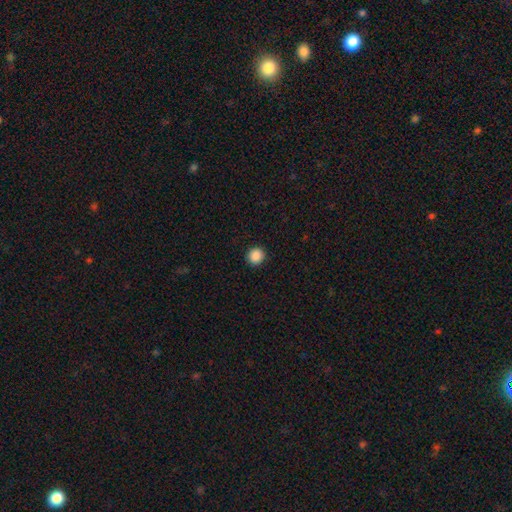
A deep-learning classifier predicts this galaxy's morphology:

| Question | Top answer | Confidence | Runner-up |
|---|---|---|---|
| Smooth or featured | smooth | 88% | star or artifact (9%) |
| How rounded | round | 92% | in between (7%) |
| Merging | none | 93% | minor disturbance (5%) |